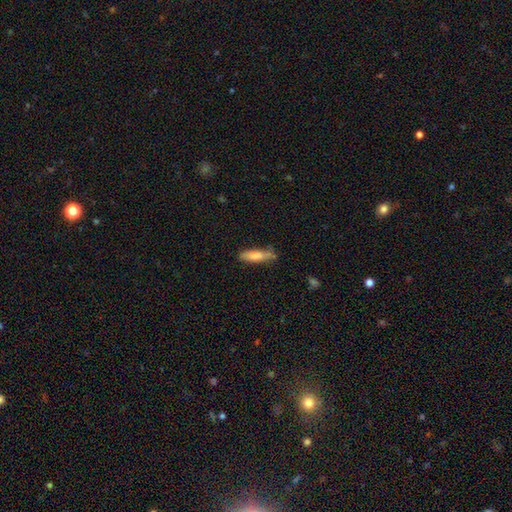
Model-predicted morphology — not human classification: This appears to be a smooth galaxy with no disk features (79%) that is cigar-shaped (62%). Merging: none (63%).